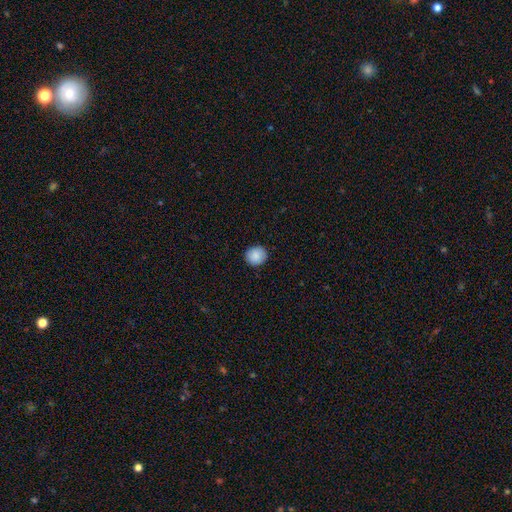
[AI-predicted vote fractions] smooth 88%, star or artifact 8%, featured or disk 4%. Down the decision tree: how rounded — round (89%); merging — none (90%).